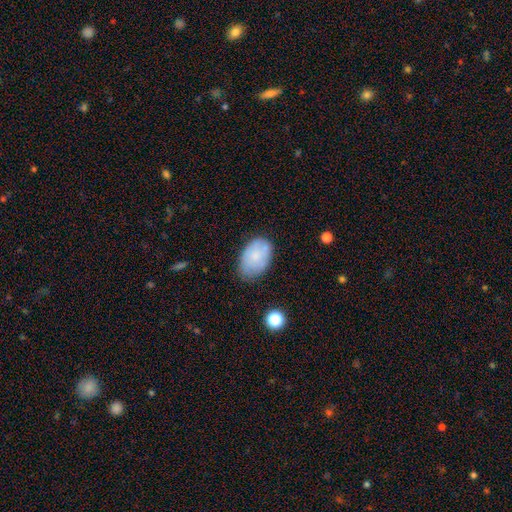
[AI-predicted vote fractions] A smooth galaxy with no disk features (73%) that is in between round and cigar-shaped (89%).

Vote fractions:
- Smooth or featured? smooth: 73% / featured or disk: 20% / star or artifact: 8%
- How rounded? in between: 89% / round: 10% / cigar-shaped: 1%
- Merging? none: 68% / minor disturbance: 24% / major disturbance: 6% / merger: 2%